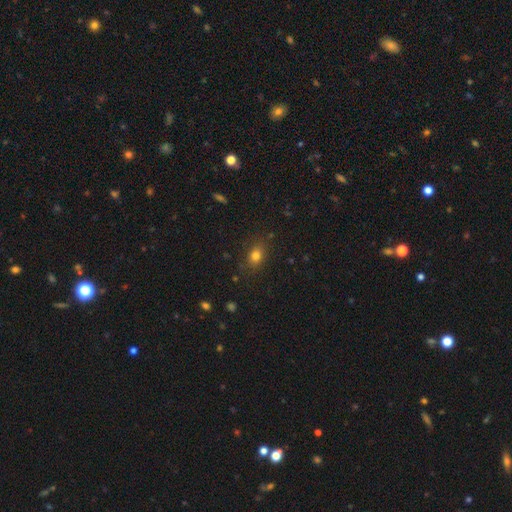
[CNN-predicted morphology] The model was most divided on "how rounded": in between: 64%, round: 34%, cigar-shaped: 2%. More confident: merging — none (81%); smooth or featured — smooth (78%).